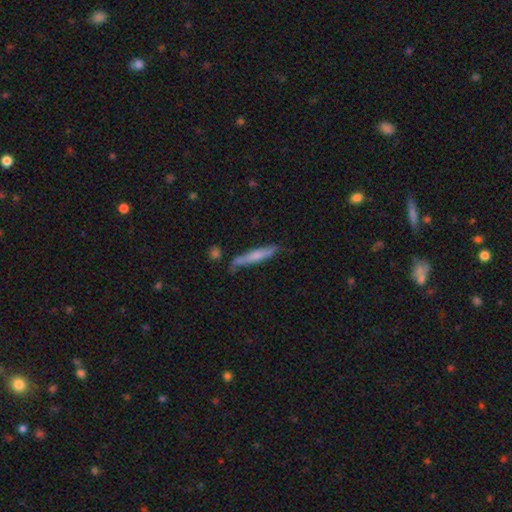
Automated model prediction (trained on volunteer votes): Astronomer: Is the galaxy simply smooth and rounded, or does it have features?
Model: smooth — 56% (runner-up: featured or disk, 38%).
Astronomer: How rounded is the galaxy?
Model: cigar-shaped — 92%.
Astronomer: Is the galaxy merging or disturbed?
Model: none — 73%.